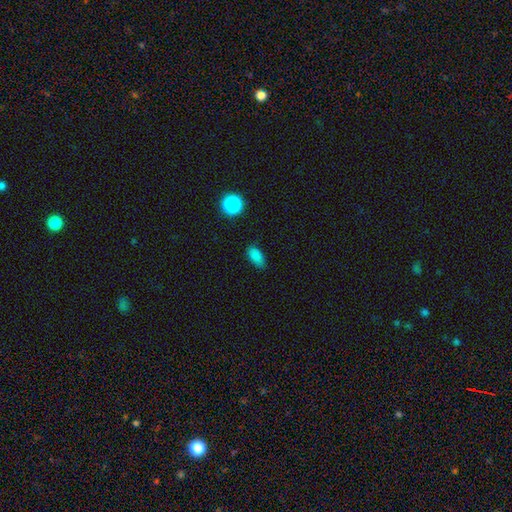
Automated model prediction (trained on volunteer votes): Smooth or featured? smooth (84%)
How rounded? in between (88%)
Merging? none (80%)